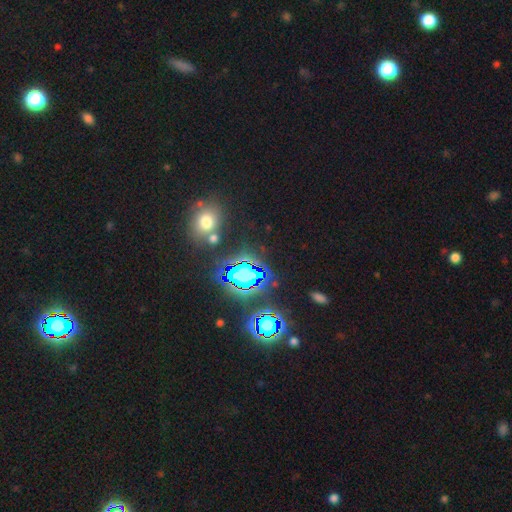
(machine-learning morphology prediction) Smooth or featured?
  - star or artifact: 70% *
  - smooth: 23%
  - featured or disk: 8%